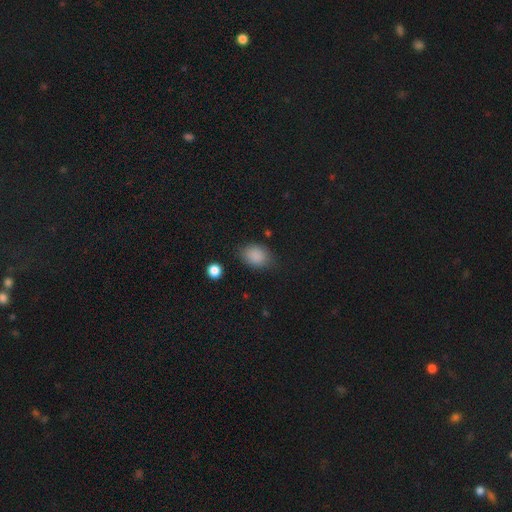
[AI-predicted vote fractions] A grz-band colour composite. It shows a smooth galaxy with no disk features (86%) that is in between round and cigar-shaped (73%). Merging: none (75%).